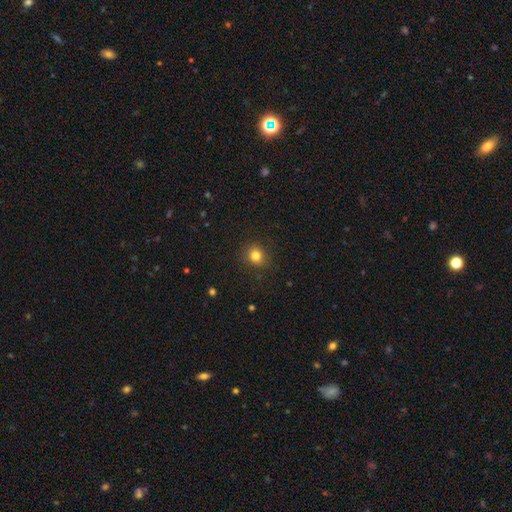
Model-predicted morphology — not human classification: Smooth or featured? smooth (81%)
How rounded? round (82%)
Merging? none (87%)